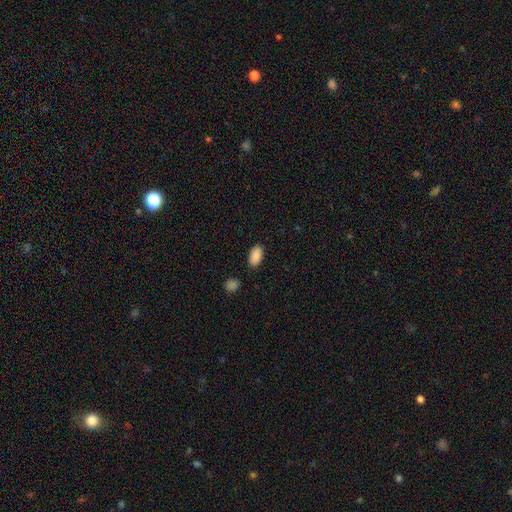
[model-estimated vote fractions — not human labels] Smooth or featured? Predicted: smooth (p=0.89). How rounded? Predicted: in between (p=0.94). Merging? Predicted: none (p=0.84).